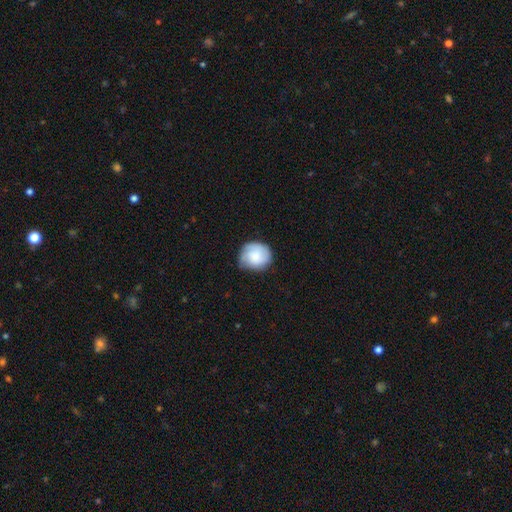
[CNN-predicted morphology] This appears to be a smooth galaxy with no disk features (67%) that is round (76%). Merging: none (67%).